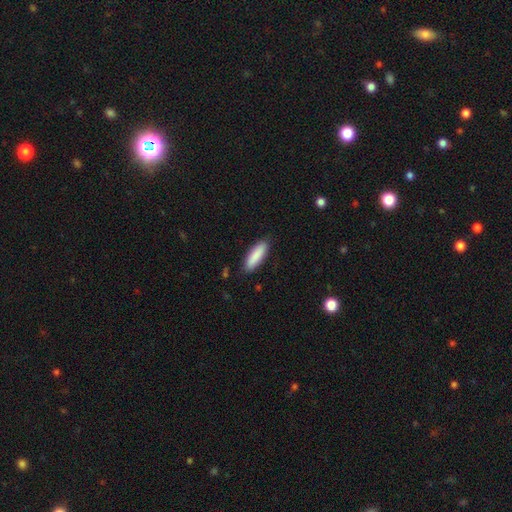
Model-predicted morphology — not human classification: Smooth or featured: smooth — 88% (featured or disk — 6%)
How rounded: cigar-shaped — 51% (in between — 47%)
Merging: none — 86% (minor disturbance — 10%)